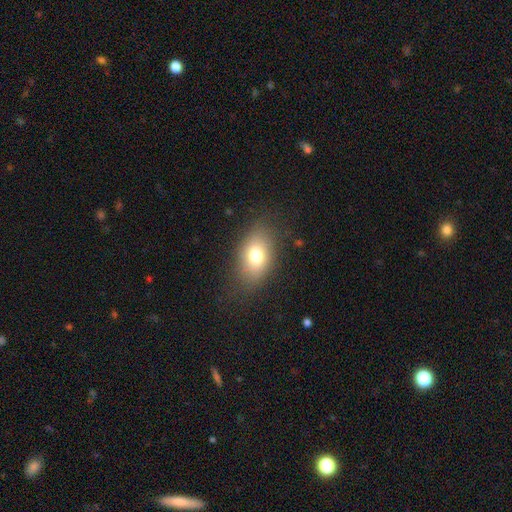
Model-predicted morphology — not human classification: smooth-or-featured: smooth: 74% | featured or disk: 15% | star or artifact: 11%
  how-rounded: in between: 81% | round: 18% | cigar-shaped: 2%
  merging: none: 79% | minor disturbance: 13% | major disturbance: 6% | merger: 1%